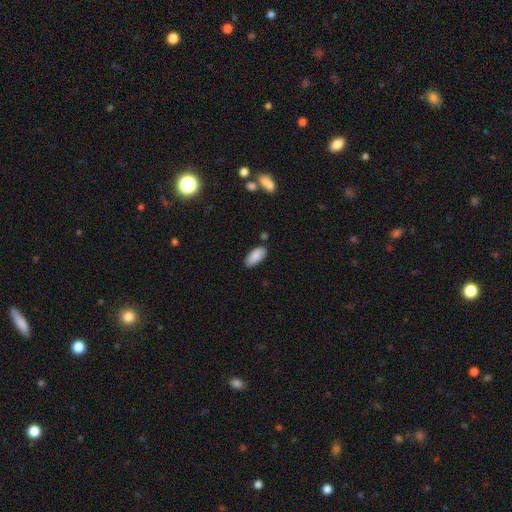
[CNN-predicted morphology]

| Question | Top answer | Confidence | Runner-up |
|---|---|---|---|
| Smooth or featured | smooth | 85% | featured or disk (8%) |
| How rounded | in between | 90% | cigar-shaped (8%) |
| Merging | none | 80% | minor disturbance (14%) |